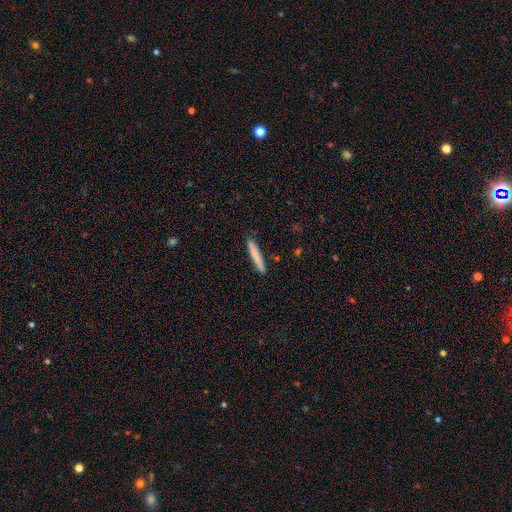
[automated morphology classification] Smooth or featured?
  - smooth: 77% *
  - featured or disk: 17%
  - star or artifact: 6%
How rounded?
  - cigar-shaped: 96% *
  - in between: 3%
  - round: 1%
Merging?
  - none: 88% *
  - minor disturbance: 9%
  - major disturbance: 2%
  - merger: 2%